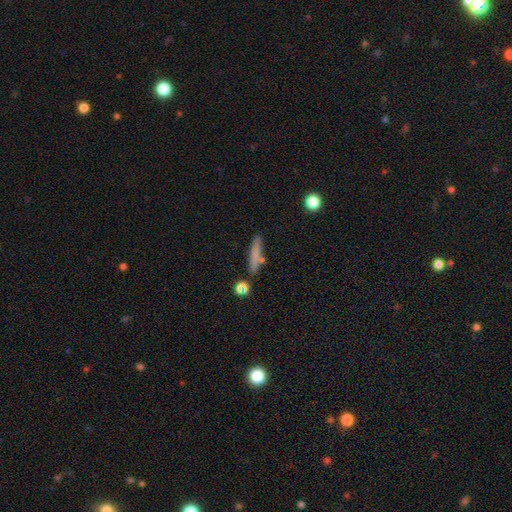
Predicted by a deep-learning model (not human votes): Morphology: type=smooth (72%); roundness=cigar-shaped (86%); merging=none (75%).